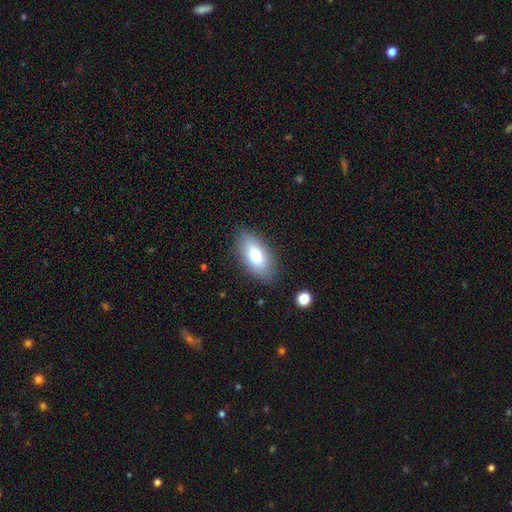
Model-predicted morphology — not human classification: Overall: smooth (80%). How rounded: in between (90%). Merging: none (84%).